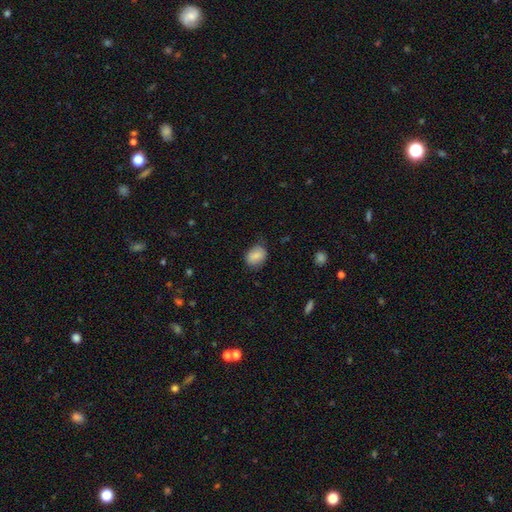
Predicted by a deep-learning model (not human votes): Smooth or featured? smooth (83%)
How rounded? in between (57%)
Merging? none (68%)